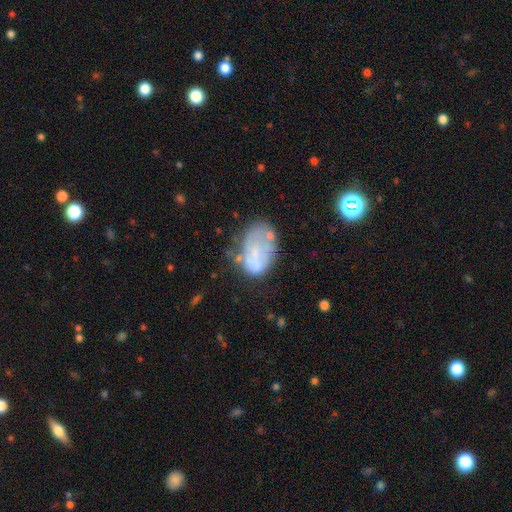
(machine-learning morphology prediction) Smooth or featured? Predicted: featured or disk (p=0.45). Merging? Predicted: none (p=0.37).